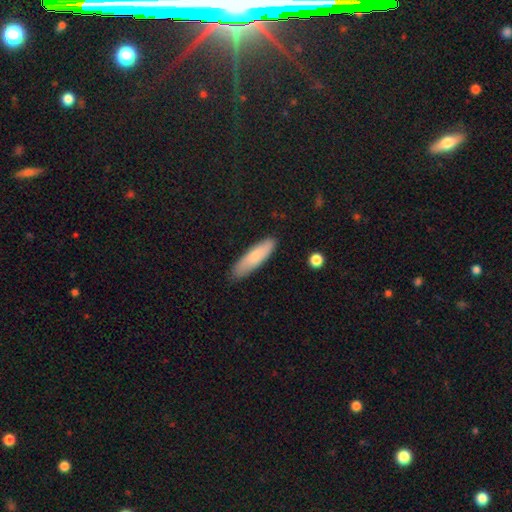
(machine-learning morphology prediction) smooth-or-featured: smooth: 77% | featured or disk: 17% | star or artifact: 6%
  how-rounded: cigar-shaped: 67% | in between: 32% | round: 2%
  merging: none: 84% | minor disturbance: 12% | major disturbance: 2% | merger: 1%